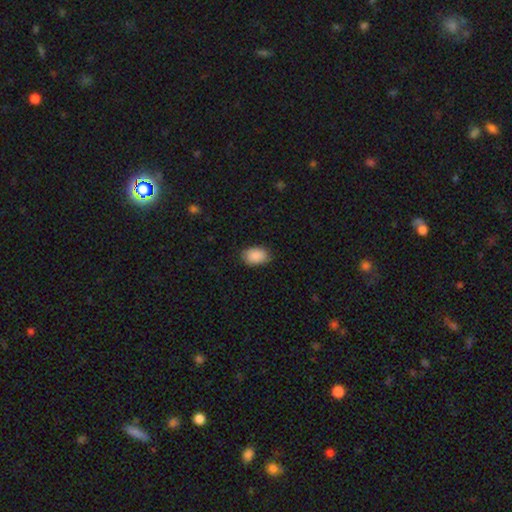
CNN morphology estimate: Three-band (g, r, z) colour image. It shows a smooth galaxy with no disk features (89%) that is in between round and cigar-shaped (87%). Merging: none (82%).